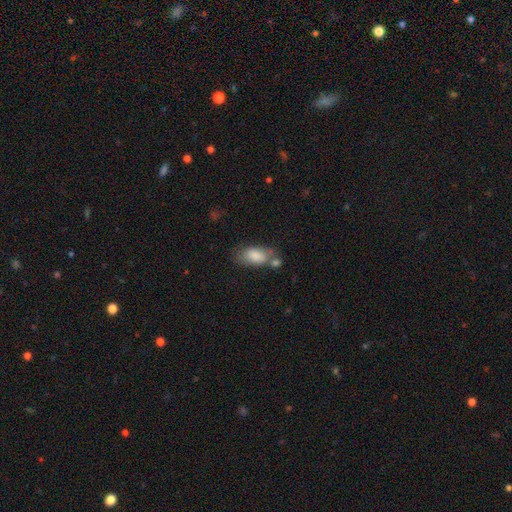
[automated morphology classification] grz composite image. It shows a smooth galaxy with no disk features (83%) that is in between round and cigar-shaped (91%). Merging: none (45%).